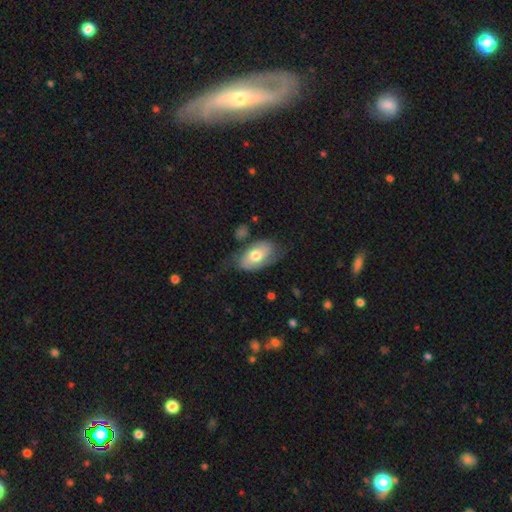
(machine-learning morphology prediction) Smooth or featured? Predicted: smooth (p=0.54). How rounded? Predicted: in between (p=0.92). Merging? Predicted: none (p=0.55).